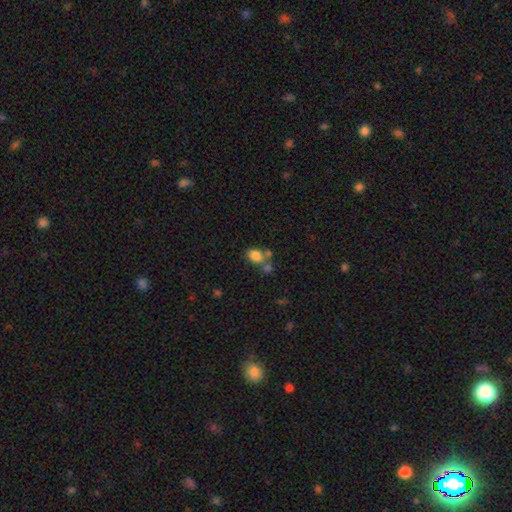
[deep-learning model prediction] smooth 81%, star or artifact 11%, featured or disk 8%. Down the decision tree: how rounded — in between (54%); merging — none (51%).